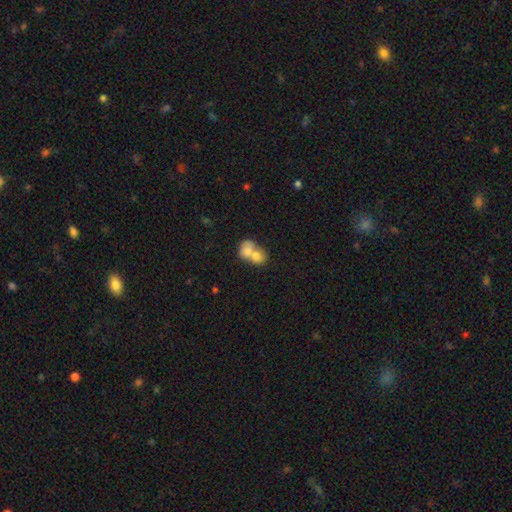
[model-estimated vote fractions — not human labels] This is likely a smooth galaxy (74%). How rounded: possibly round (53%). Merging: likely merger (75%).